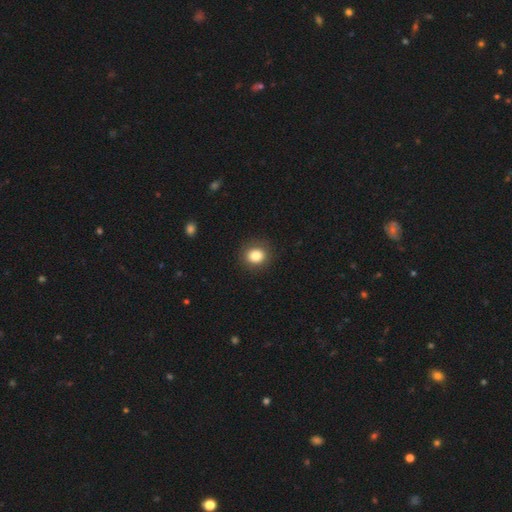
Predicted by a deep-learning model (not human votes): Smooth or featured? smooth (83%)
How rounded? round (75%)
Merging? none (89%)